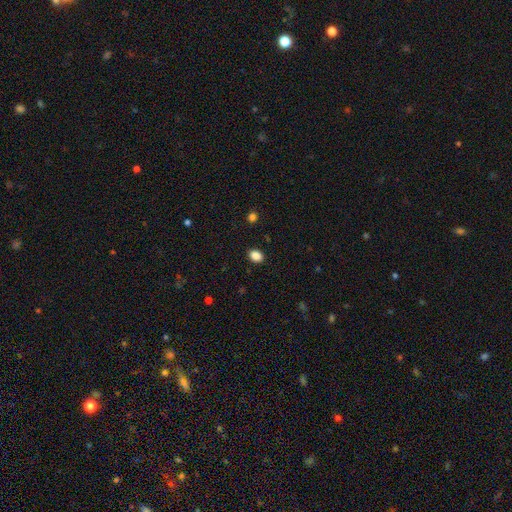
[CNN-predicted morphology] Smooth or featured?
  - smooth: 87% *
  - star or artifact: 9%
  - featured or disk: 4%
How rounded?
  - in between: 73% *
  - round: 26%
  - cigar-shaped: 1%
Merging?
  - none: 90% *
  - minor disturbance: 7%
  - major disturbance: 2%
  - merger: 1%